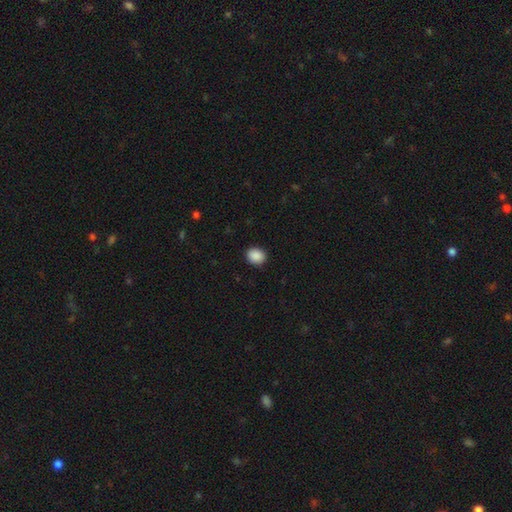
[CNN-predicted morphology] The model was most divided on "how rounded": round: 60%, in between: 39%, cigar-shaped: 1%. More confident: merging — none (91%); smooth or featured — smooth (90%).